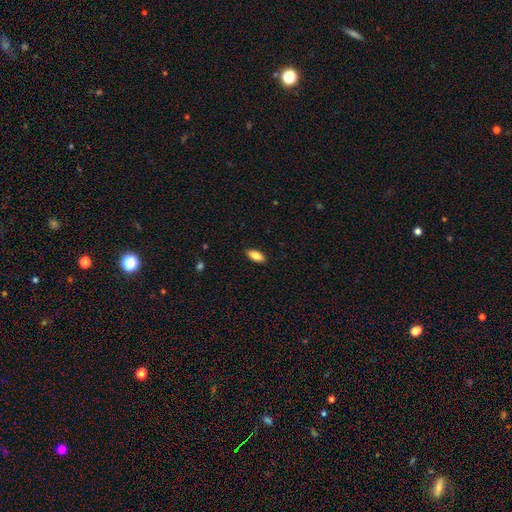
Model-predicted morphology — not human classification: type=smooth (84%); roundness=in between (86%); merging=none (89%).